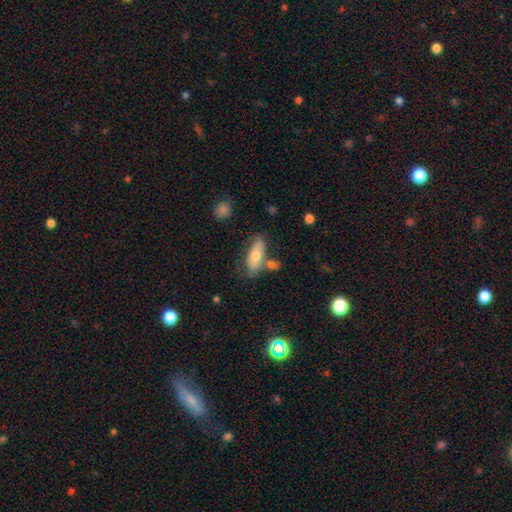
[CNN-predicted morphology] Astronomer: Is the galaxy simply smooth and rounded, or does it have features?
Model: smooth — 64%.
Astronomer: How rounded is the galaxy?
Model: in between — 71%.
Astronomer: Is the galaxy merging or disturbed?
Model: none — 58%.